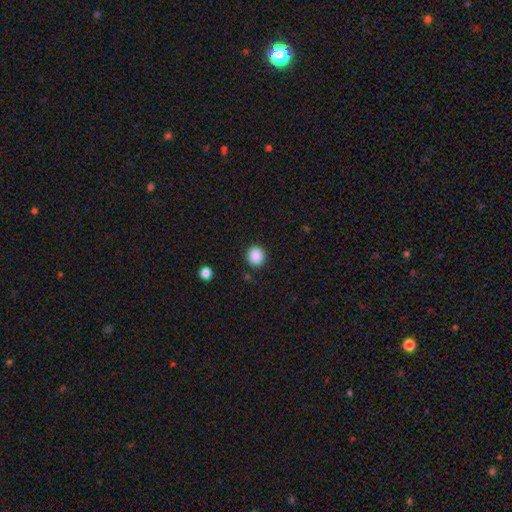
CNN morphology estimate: Smooth or featured?
  - smooth: 88% *
  - star or artifact: 9%
  - featured or disk: 3%
How rounded?
  - round: 84% *
  - in between: 15%
  - cigar-shaped: 1%
Merging?
  - none: 88% *
  - minor disturbance: 8%
  - major disturbance: 3%
  - merger: 2%